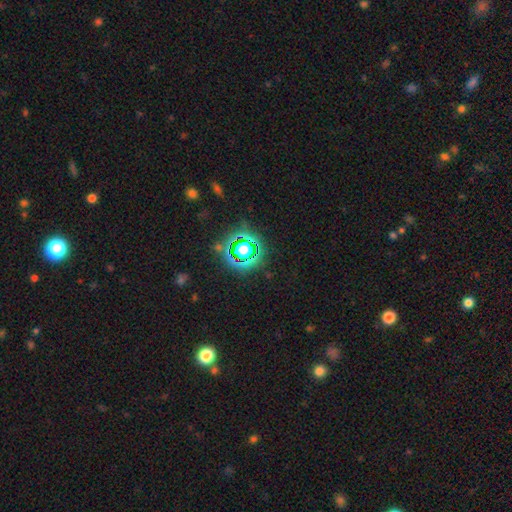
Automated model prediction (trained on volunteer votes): A star or artifact, not a galaxy (78%).